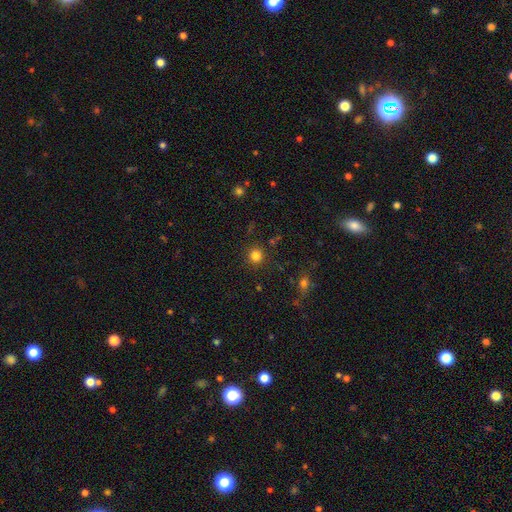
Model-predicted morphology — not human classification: type=smooth (82%); roundness=round (93%); merging=none (89%).